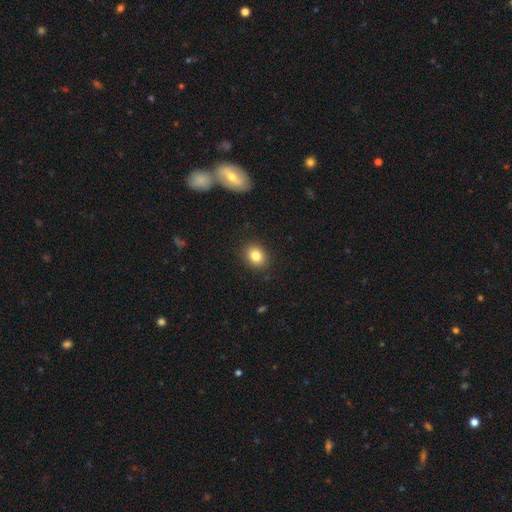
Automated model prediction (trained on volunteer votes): Smooth or featured? smooth (83%)
How rounded? round (53%)
Merging? none (89%)